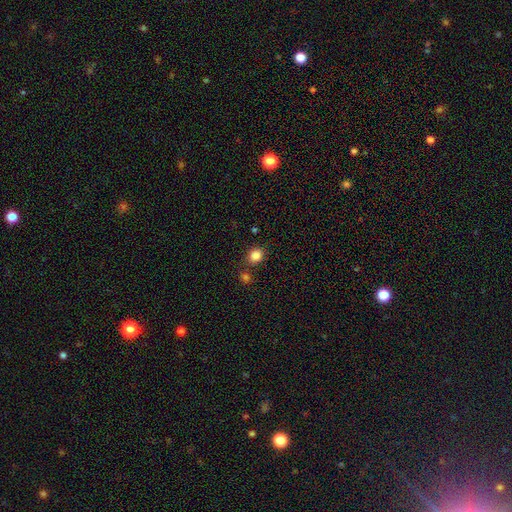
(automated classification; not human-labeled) A smooth galaxy with no disk features (84%) that is round (71%).

Vote fractions:
- Smooth or featured? smooth: 84% / star or artifact: 11% / featured or disk: 5%
- How rounded? round: 71% / in between: 28% / cigar-shaped: 1%
- Merging? none: 77% / merger: 10% / minor disturbance: 10% / major disturbance: 3%